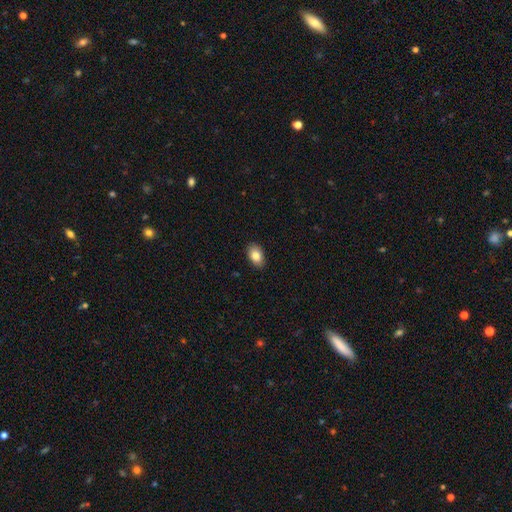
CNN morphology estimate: Smooth or featured? smooth (84%)
How rounded? in between (90%)
Merging? none (89%)